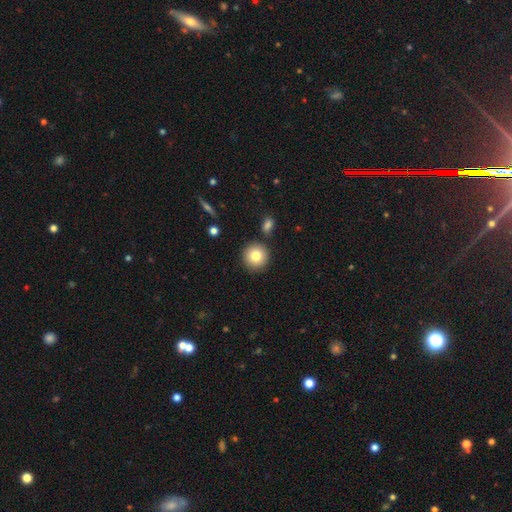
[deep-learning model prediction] Morphology: type=smooth (81%); roundness=round (94%); merging=none (86%).